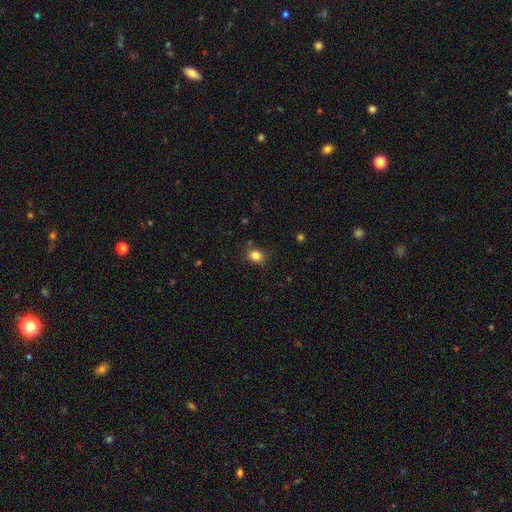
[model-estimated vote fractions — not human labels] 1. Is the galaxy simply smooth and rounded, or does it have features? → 83% smooth, 11% star or artifact, 5% featured or disk.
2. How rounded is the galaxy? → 59% round, 40% in between, 1% cigar-shaped.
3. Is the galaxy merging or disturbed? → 82% none, 12% minor disturbance, 3% merger, 3% major disturbance.